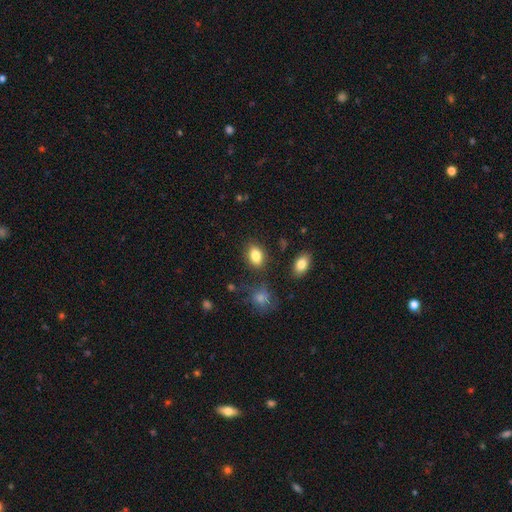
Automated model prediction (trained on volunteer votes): A smooth galaxy with no disk features (84%) that is in between round and cigar-shaped (82%).

Vote fractions:
- Smooth or featured? smooth: 84% / star or artifact: 9% / featured or disk: 7%
- How rounded? in between: 82% / round: 16% / cigar-shaped: 2%
- Merging? none: 80% / minor disturbance: 12% / merger: 4% / major disturbance: 4%